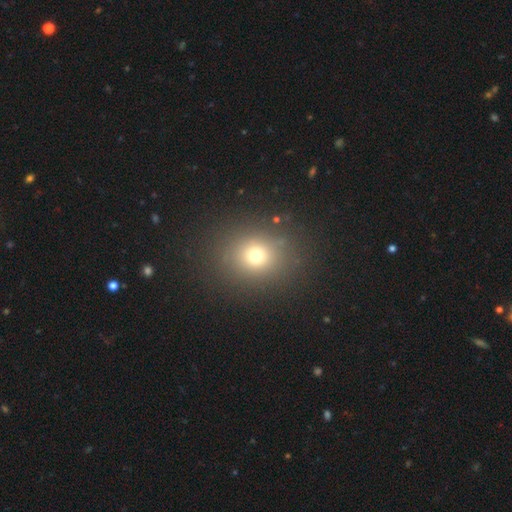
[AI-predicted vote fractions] Overall: smooth (70%). How rounded: round (74%). Merging: none (85%).